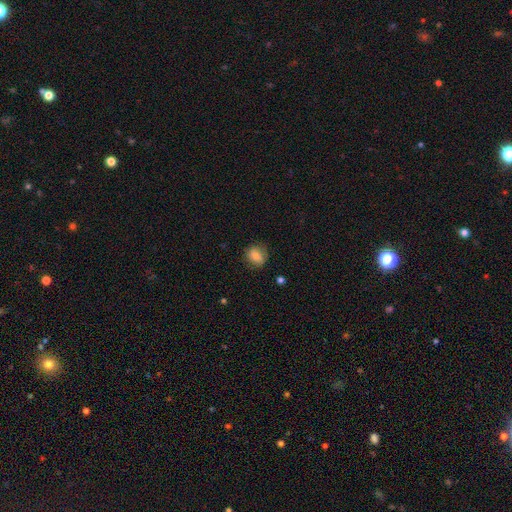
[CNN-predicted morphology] This appears to be a smooth galaxy with no disk features (78%) that is round (65%). Merging: none (77%).